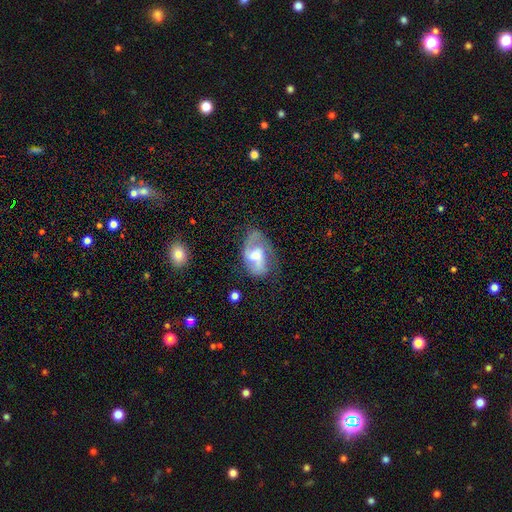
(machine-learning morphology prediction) This appears to be a featured or disk galaxy (78%) with a weak bar (50%), 2 (74%) medium (48%) spiral arms (92%) and a moderate central bulge (60%). Merging: none (56%).